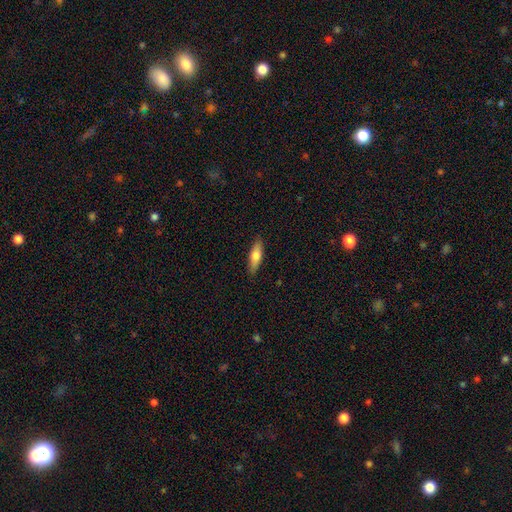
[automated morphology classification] This is likely a smooth galaxy (65%). How rounded: possibly cigar-shaped (56%). Merging: clearly none (88%).